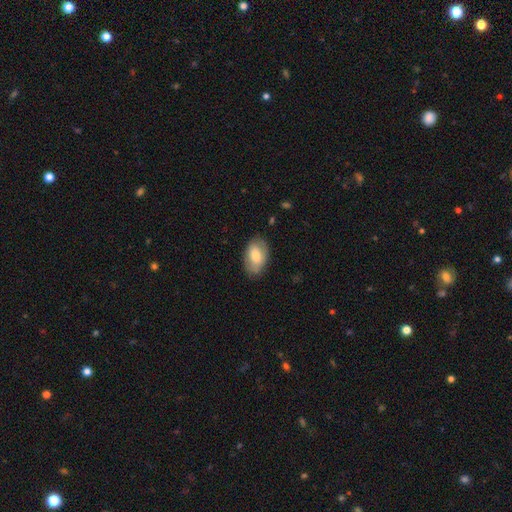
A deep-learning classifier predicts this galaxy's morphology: The model was most divided on "smooth or featured": smooth: 69%, featured or disk: 24%, star or artifact: 6%. More confident: how rounded — in between (91%); merging — none (79%).